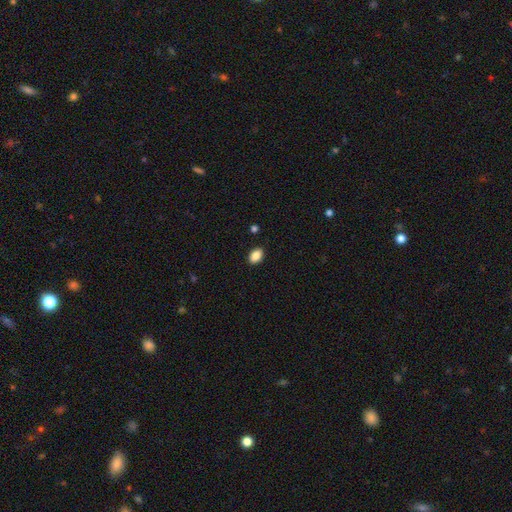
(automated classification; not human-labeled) smooth_or_featured: smooth (p=0.88) [alt: star or artifact p=0.08]
how_rounded: in between (p=0.86) [alt: round p=0.13]
merging: none (p=0.89) [alt: minor disturbance p=0.08]